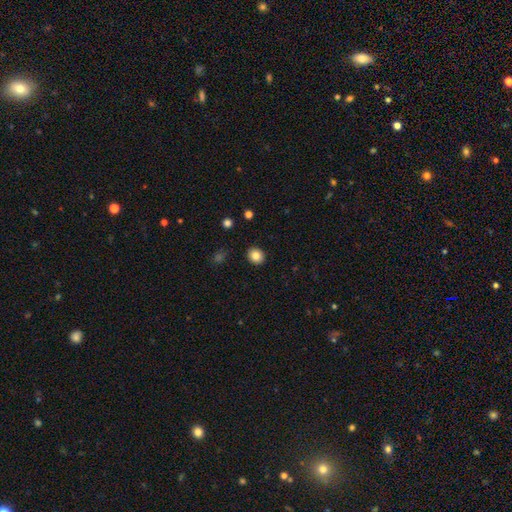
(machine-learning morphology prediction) type=smooth (84%); roundness=round (71%); merging=none (90%).